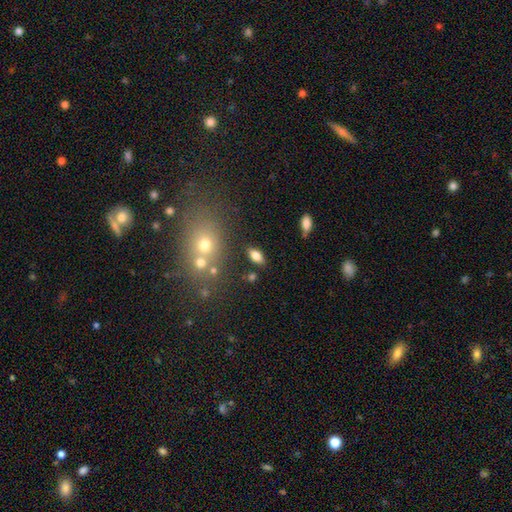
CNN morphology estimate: The model was most divided on "smooth or featured": smooth: 75%, featured or disk: 15%, star or artifact: 10%. More confident: how rounded — in between (86%); merging — none (79%).